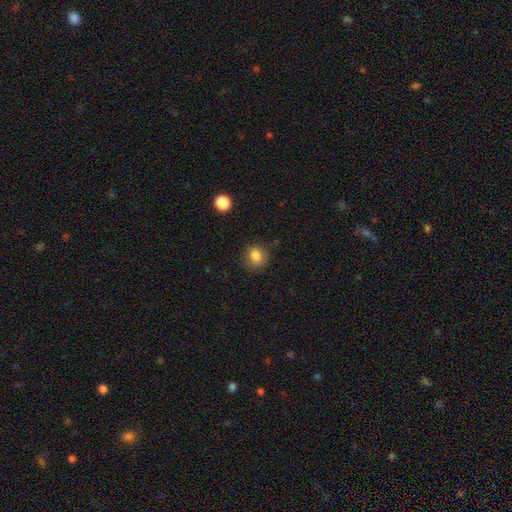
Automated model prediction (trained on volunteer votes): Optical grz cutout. It shows a smooth galaxy with no disk features (83%) that is round (72%). Merging: none (81%).